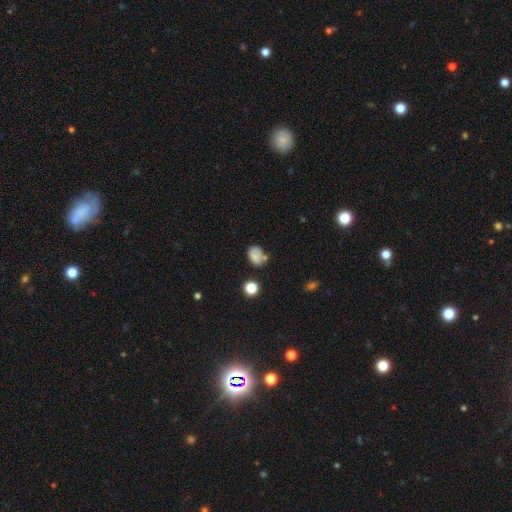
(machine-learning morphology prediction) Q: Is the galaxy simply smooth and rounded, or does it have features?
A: smooth — 74%.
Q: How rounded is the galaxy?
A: in between — 66%.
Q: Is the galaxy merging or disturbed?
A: none — 49%.